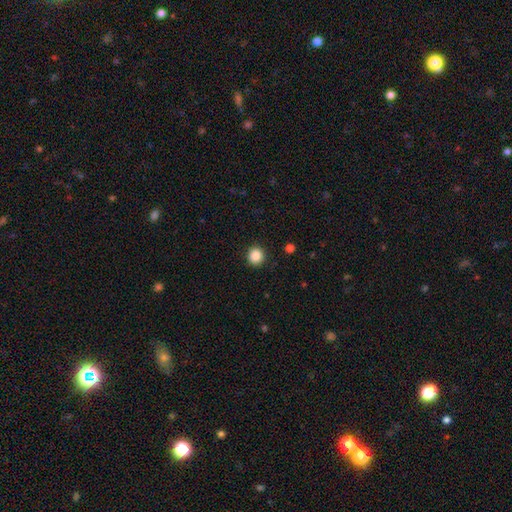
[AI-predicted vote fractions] Smooth or featured? smooth (87%)
How rounded? round (92%)
Merging? none (91%)